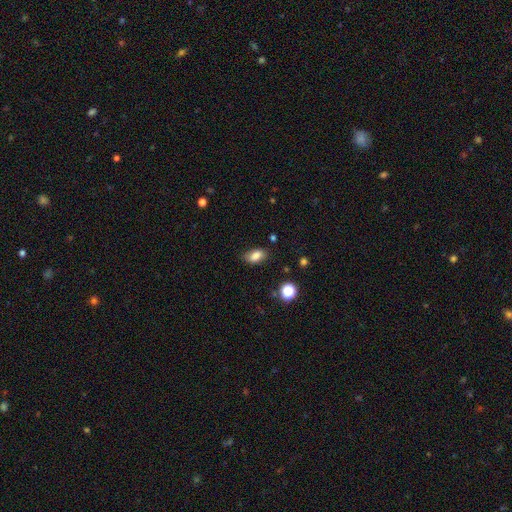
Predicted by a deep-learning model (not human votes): Smooth or featured: smooth — 82% (star or artifact — 10%)
How rounded: in between — 89% (round — 7%)
Merging: none — 79% (minor disturbance — 16%)